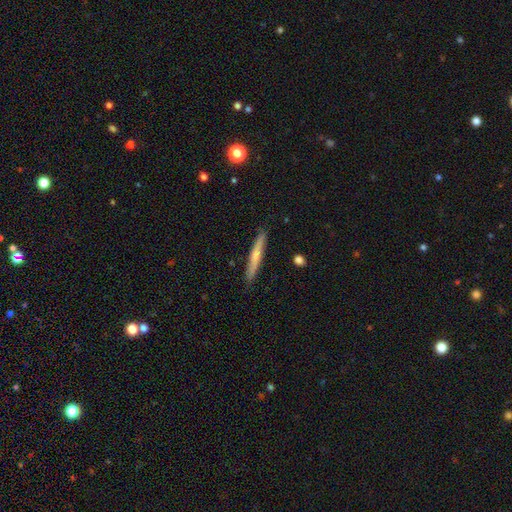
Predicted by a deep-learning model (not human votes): Smooth or featured: smooth — 57% (featured or disk — 38%)
How rounded: cigar-shaped — 95% (in between — 3%)
Merging: none — 89% (minor disturbance — 8%)